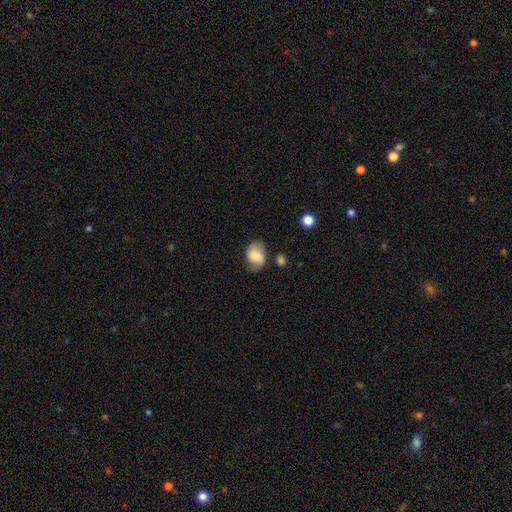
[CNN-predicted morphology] smooth_or_featured: smooth (p=0.66) [alt: featured or disk p=0.25]
how_rounded: in between (p=0.62) [alt: round p=0.37]
merging: none (p=0.59) [alt: minor disturbance p=0.28]